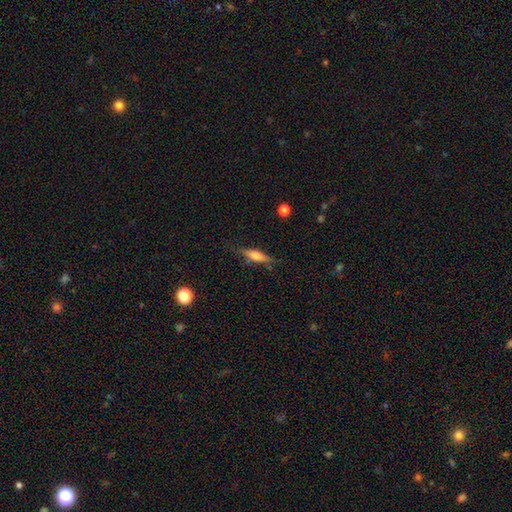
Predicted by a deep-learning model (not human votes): A smooth galaxy with no disk features (50%) that is cigar-shaped (68%).

Vote fractions:
- Smooth or featured? smooth: 50% / featured or disk: 42% / star or artifact: 8%
- How rounded? cigar-shaped: 68% / in between: 29% / round: 3%
- Merging? none: 80% / minor disturbance: 15% / major disturbance: 4% / merger: 2%